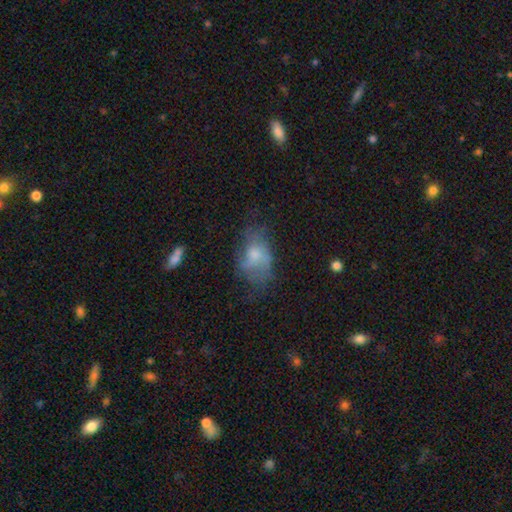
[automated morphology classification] Smooth or featured?
  - smooth: 50% *
  - featured or disk: 39%
  - star or artifact: 10%
How rounded?
  - in between: 81% *
  - round: 17%
  - cigar-shaped: 2%
Merging?
  - none: 38% *
  - major disturbance: 32%
  - minor disturbance: 28%
  - merger: 3%